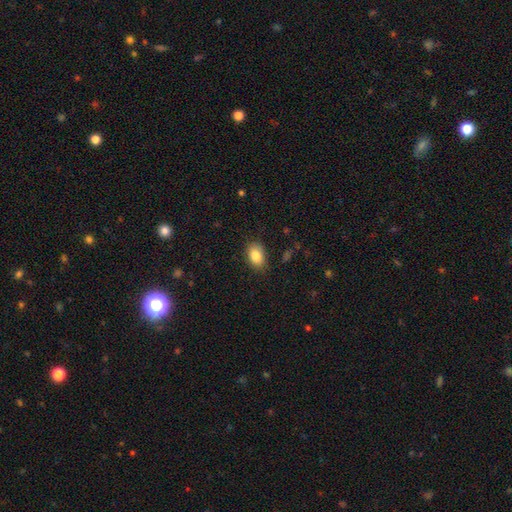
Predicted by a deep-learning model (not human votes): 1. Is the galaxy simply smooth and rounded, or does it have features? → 86% smooth, 8% star or artifact, 7% featured or disk.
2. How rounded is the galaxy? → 86% in between, 12% round, 1% cigar-shaped.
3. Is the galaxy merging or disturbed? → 83% none, 13% minor disturbance, 3% major disturbance, 1% merger.